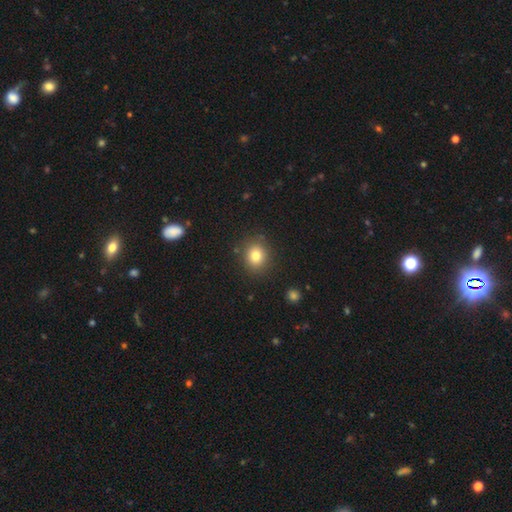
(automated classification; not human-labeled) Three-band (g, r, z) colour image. It shows a smooth galaxy with no disk features (80%) that is round (78%). Merging: none (86%).